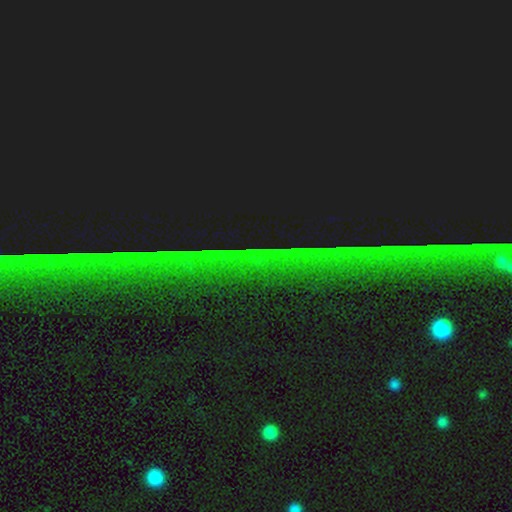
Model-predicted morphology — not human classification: smooth-or-featured: star or artifact: 87% | featured or disk: 7% | smooth: 6%